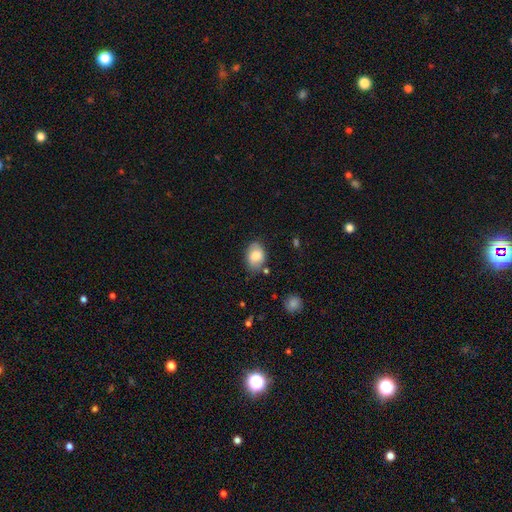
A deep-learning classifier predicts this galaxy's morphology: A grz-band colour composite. It shows a smooth galaxy with no disk features (77%) that is in between round and cigar-shaped (77%). Merging: none (72%).